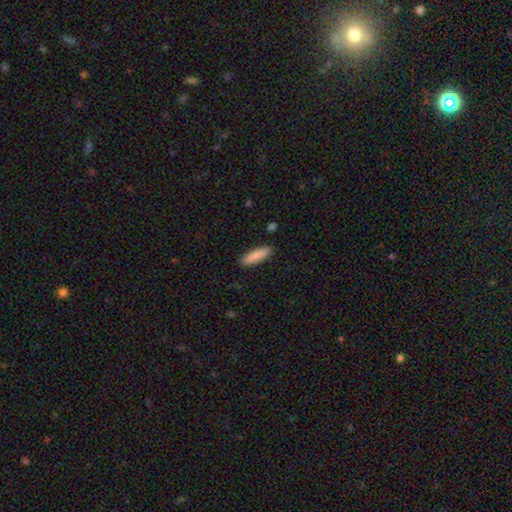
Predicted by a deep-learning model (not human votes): Smooth or featured: smooth — 88% (featured or disk — 6%)
How rounded: cigar-shaped — 66% (in between — 33%)
Merging: none — 89% (minor disturbance — 8%)